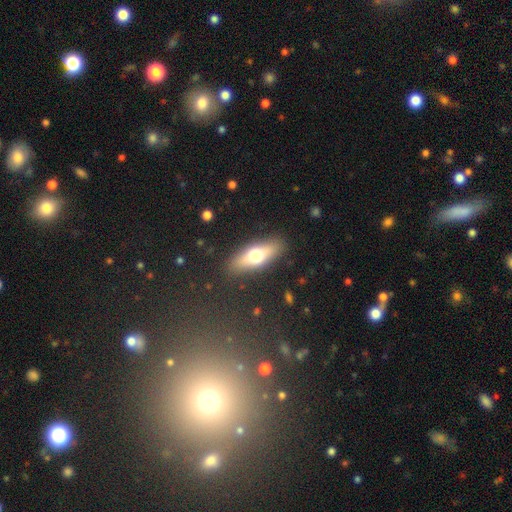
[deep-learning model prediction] This is possibly a smooth galaxy (57%). How rounded: likely in between (60%). Merging: clearly none (87%).